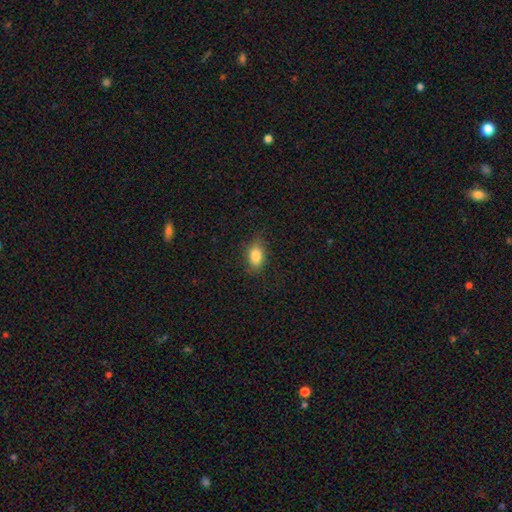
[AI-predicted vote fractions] This is clearly a smooth galaxy (84%). How rounded: clearly in between (86%). Merging: likely none (79%).